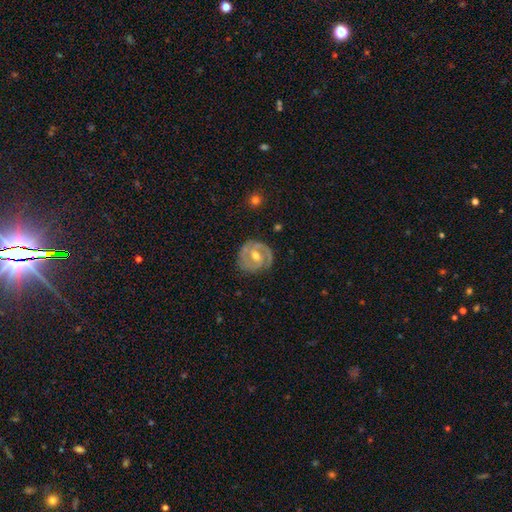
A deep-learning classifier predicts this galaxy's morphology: Smooth or featured? featured or disk (83%)
Edge-on disk? no (97%)
Bar? weak (47%)
Spiral arms? yes (91%)
Spiral winding? tight (61%)
Spiral arm count? 2 (76%)
Bulge size? moderate (72%)
Merging? none (80%)